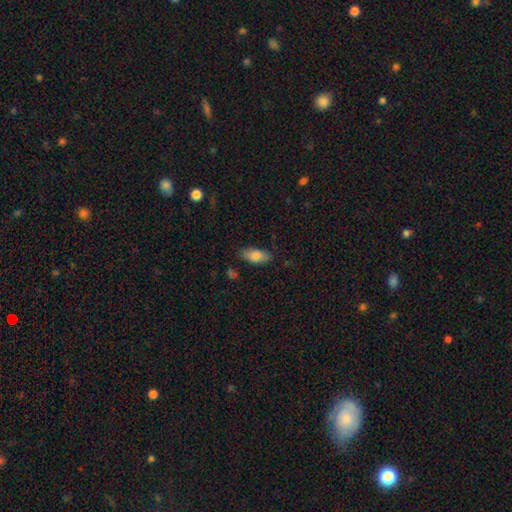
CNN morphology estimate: Overall: smooth (85%). How rounded: in between (87%). Merging: none (82%).